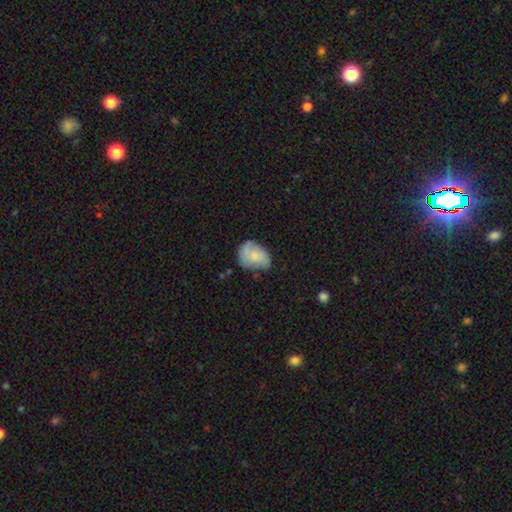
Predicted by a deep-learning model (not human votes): A smooth galaxy with no disk features (70%) that is in between round and cigar-shaped (68%). Merging: none (50%).